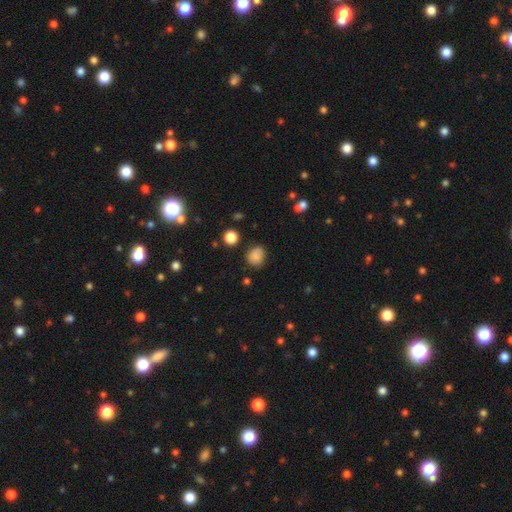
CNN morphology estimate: A smooth galaxy with no disk features (82%) that is round (72%).

Vote fractions:
- Smooth or featured? smooth: 82% / star or artifact: 12% / featured or disk: 6%
- How rounded? round: 72% / in between: 27% / cigar-shaped: 1%
- Merging? none: 73% / minor disturbance: 20% / major disturbance: 4% / merger: 3%